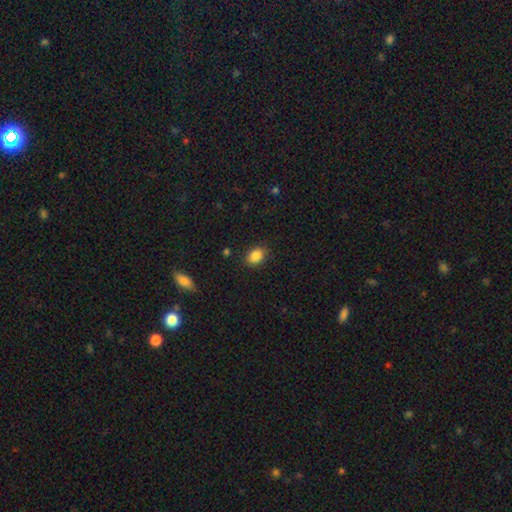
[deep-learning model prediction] smooth 86%, star or artifact 9%, featured or disk 5%. Down the decision tree: how rounded — in between (65%); merging — none (86%).